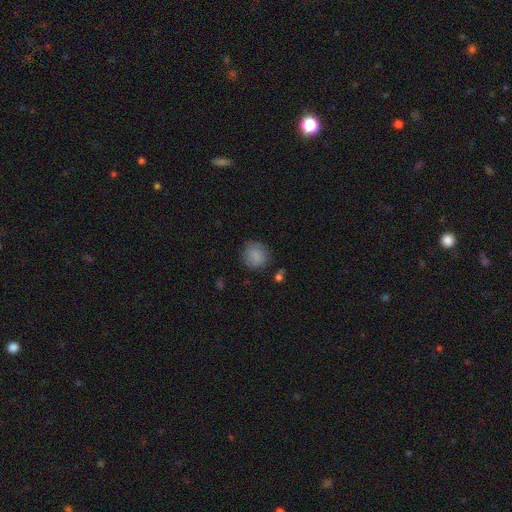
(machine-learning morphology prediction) Overall: smooth (86%). How rounded: round (88%). Merging: none (82%).